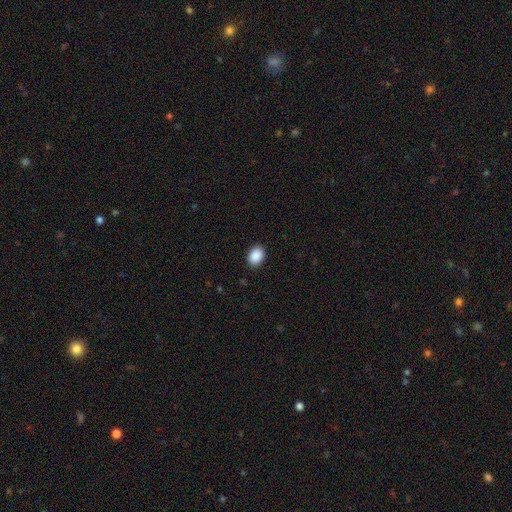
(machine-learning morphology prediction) This appears to be a smooth galaxy with no disk features (90%) that is in between round and cigar-shaped (73%). Merging: none (89%).